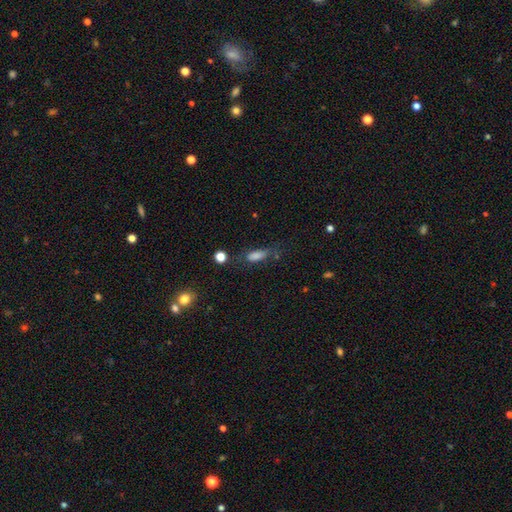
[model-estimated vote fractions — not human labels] Smooth or featured? smooth (69%)
How rounded? in between (53%)
Merging? none (58%)